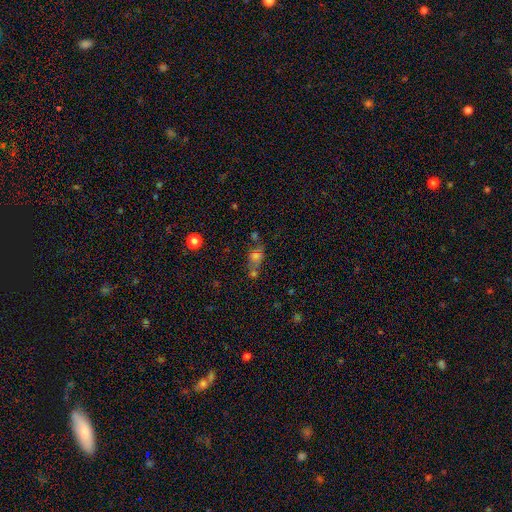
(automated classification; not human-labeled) Overall: smooth (54%; star or artifact 25%). How rounded: in between (67%). Merging: none (42%; merger 32%).